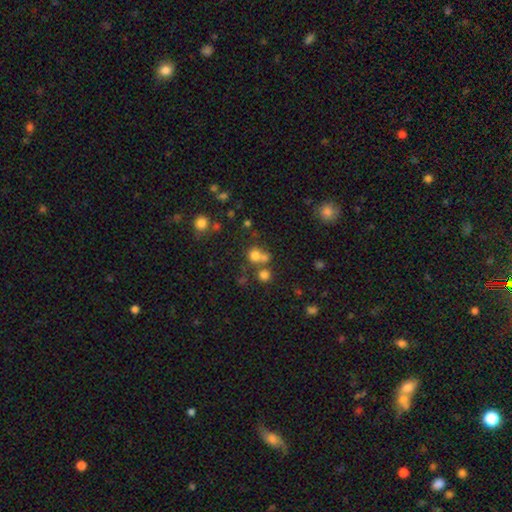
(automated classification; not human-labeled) Morphology: type=smooth (70%); roundness=round (86%); merging=none (52%).